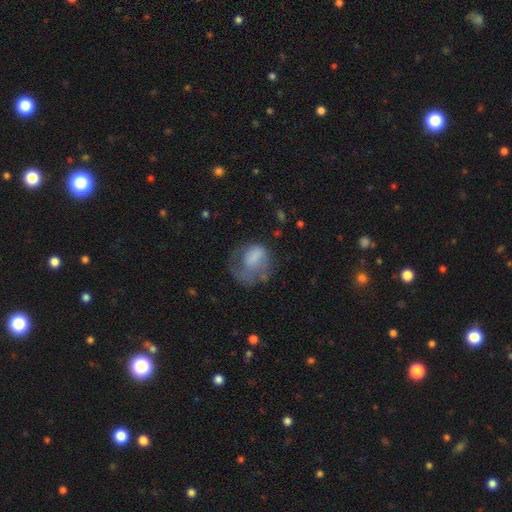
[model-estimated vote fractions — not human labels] Smooth or featured? smooth (53%)
How rounded? in between (51%)
Merging? major disturbance (40%)